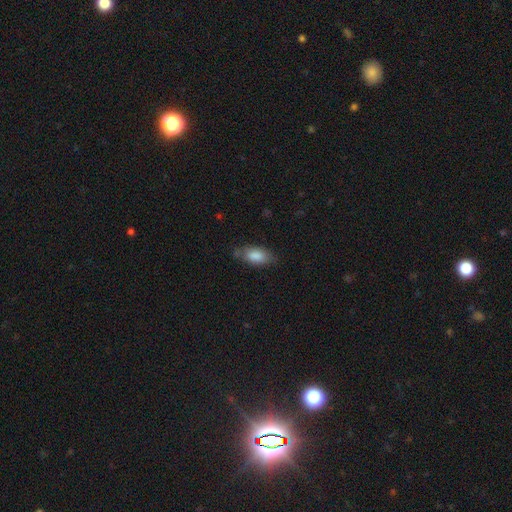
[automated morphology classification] type=smooth (83%); roundness=in between (87%); merging=none (68%).